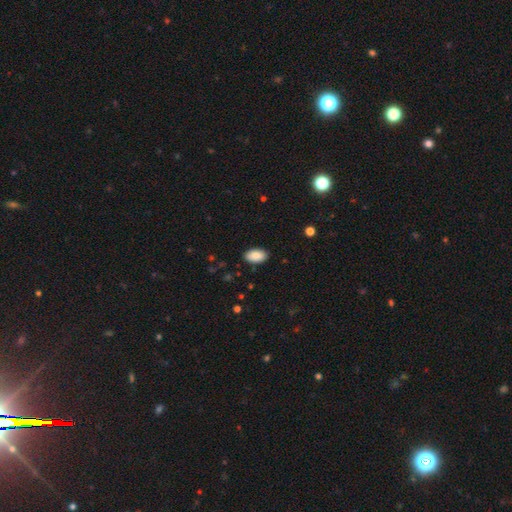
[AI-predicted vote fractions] Smooth or featured? Predicted: smooth (p=0.87). How rounded? Predicted: in between (p=0.94). Merging? Predicted: none (p=0.89).